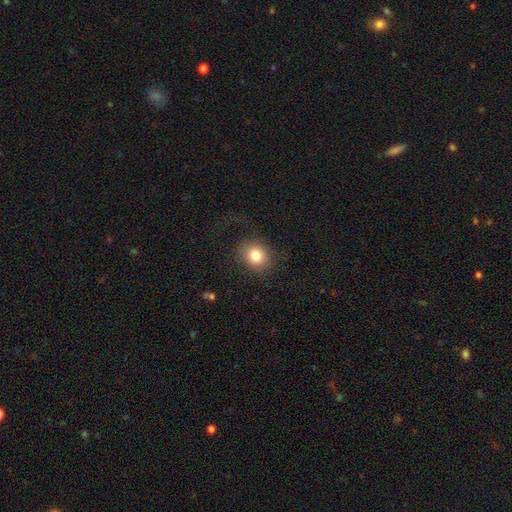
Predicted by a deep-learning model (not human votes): smooth-or-featured: smooth: 81% | star or artifact: 10% | featured or disk: 9%
  how-rounded: round: 73% | in between: 26% | cigar-shaped: 1%
  merging: none: 78% | minor disturbance: 12% | major disturbance: 9% | merger: 1%